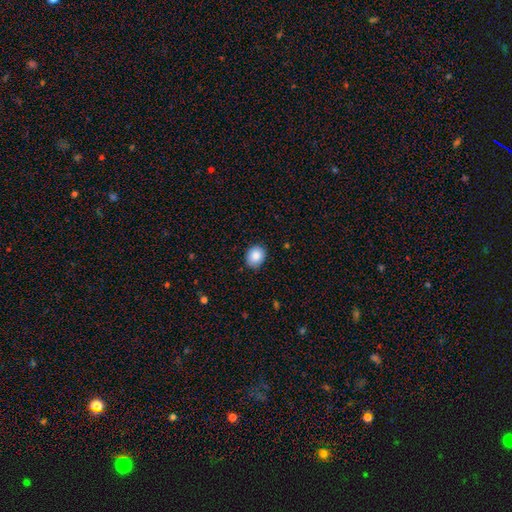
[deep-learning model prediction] Smooth or featured: smooth — 86% (star or artifact — 8%)
How rounded: round — 60% (in between — 39%)
Merging: none — 85% (minor disturbance — 11%)